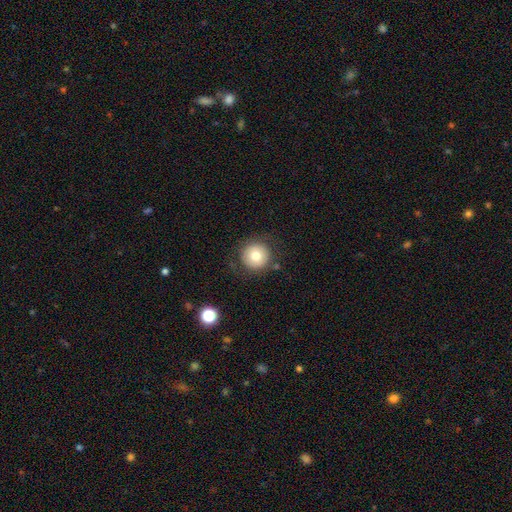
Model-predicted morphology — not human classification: type=smooth (78%); roundness=round (95%); merging=none (83%).